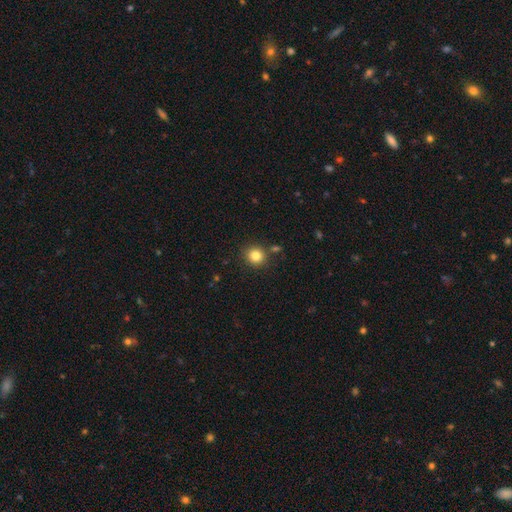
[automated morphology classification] smooth 82%, star or artifact 12%, featured or disk 6%. Down the decision tree: how rounded — round (90%); merging — none (85%).